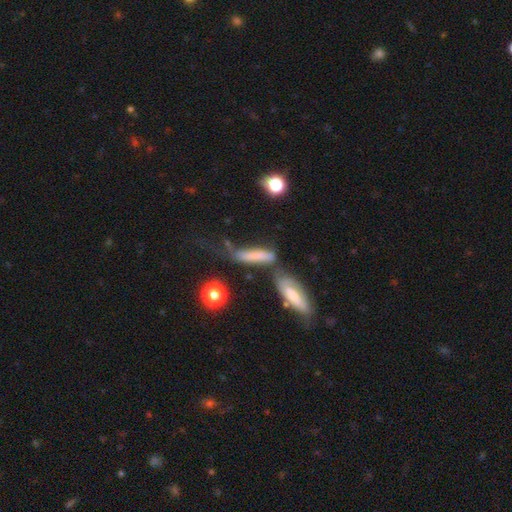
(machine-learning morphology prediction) smooth-or-featured: smooth: 61% | featured or disk: 29% | star or artifact: 11%
  how-rounded: cigar-shaped: 71% | in between: 25% | round: 4%
  merging: merger: 36% | none: 30% | minor disturbance: 18% | major disturbance: 16%